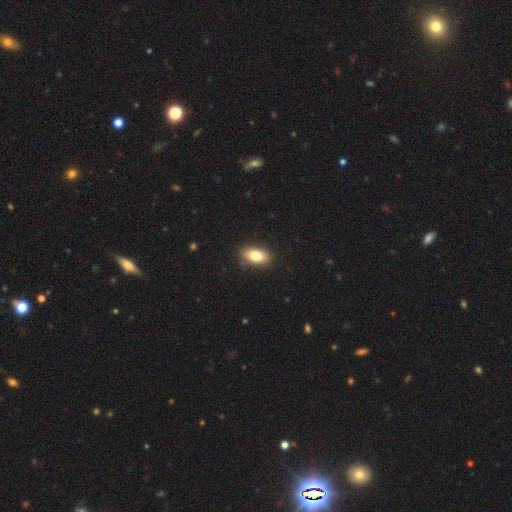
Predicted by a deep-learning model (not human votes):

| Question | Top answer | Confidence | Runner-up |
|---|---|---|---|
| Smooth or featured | smooth | 82% | featured or disk (10%) |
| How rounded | in between | 90% | round (7%) |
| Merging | none | 87% | minor disturbance (10%) |